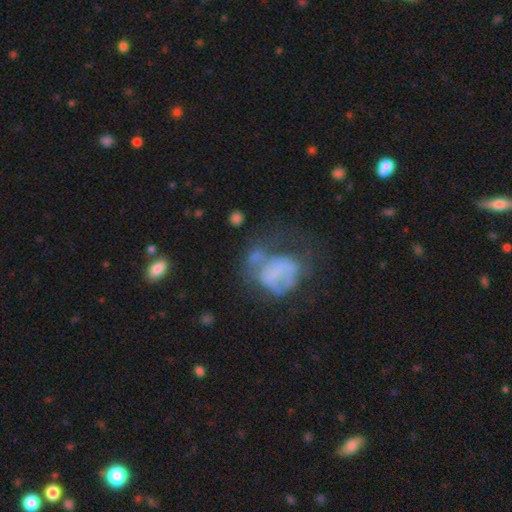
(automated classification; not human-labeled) This is possibly a featured or disk galaxy (48%). Merging: marginally major disturbance (42%).